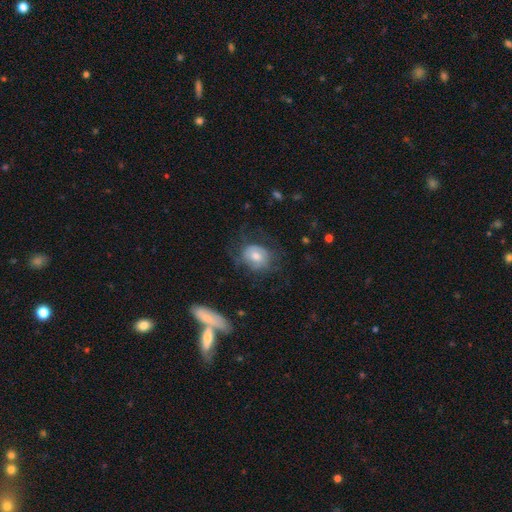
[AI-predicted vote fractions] This is possibly a smooth galaxy (47%). Merging: possibly none (58%).